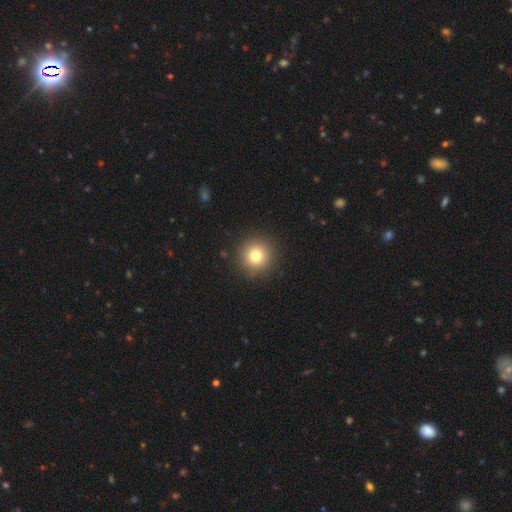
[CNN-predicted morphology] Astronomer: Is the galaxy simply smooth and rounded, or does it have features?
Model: smooth — 78%.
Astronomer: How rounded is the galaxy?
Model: round — 95%.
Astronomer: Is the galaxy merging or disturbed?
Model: none — 91%.